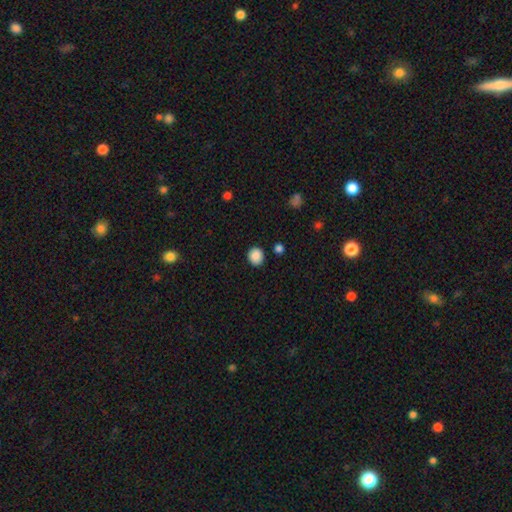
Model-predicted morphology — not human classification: smooth_or_featured: smooth (p=0.88) [alt: star or artifact p=0.09]
how_rounded: round (p=0.81) [alt: in between p=0.18]
merging: none (p=0.88) [alt: minor disturbance p=0.07]